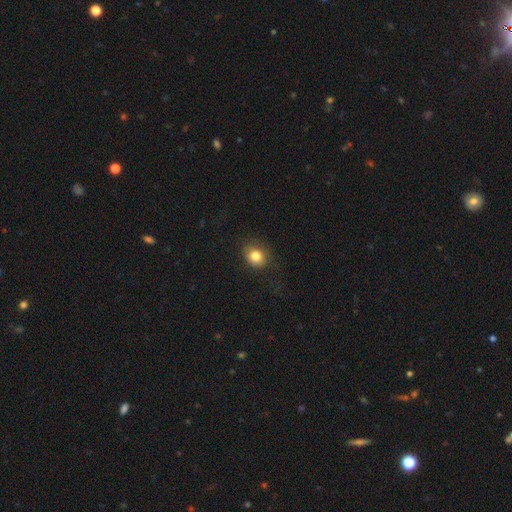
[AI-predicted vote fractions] Morphology: type=smooth (81%); roundness=round (66%); merging=none (76%).